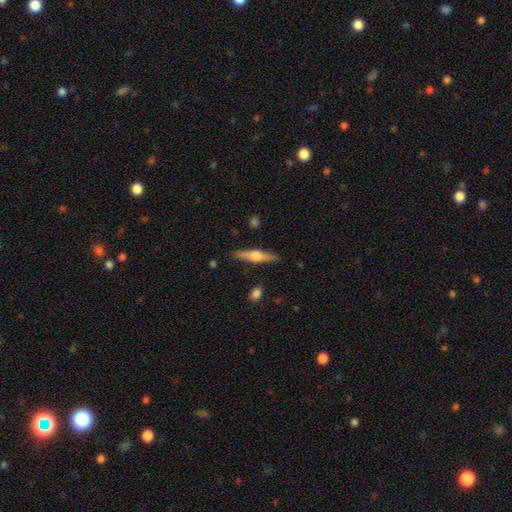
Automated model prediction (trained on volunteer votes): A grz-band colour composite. It shows a featured or disk galaxy (59%) viewed edge-on (96%) with a rounded central bulge (90%). Merging: none (87%).